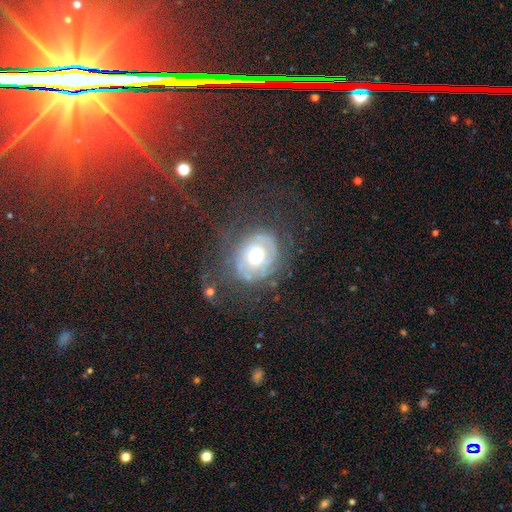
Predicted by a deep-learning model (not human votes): Overall: featured or disk (69%). Edge-on disk: no (96%). Bar: no (80%). Spiral arms: yes (71%). Bulge size: moderate (66%). Merging: none (57%; major disturbance 20%).